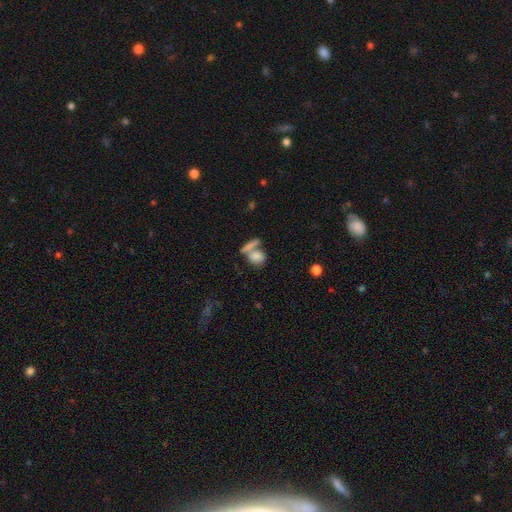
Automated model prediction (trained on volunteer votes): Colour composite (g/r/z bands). It shows a smooth galaxy with no disk features (77%) that is in between round and cigar-shaped (46%, tied with round). Merging: none (42%, tied with merger).